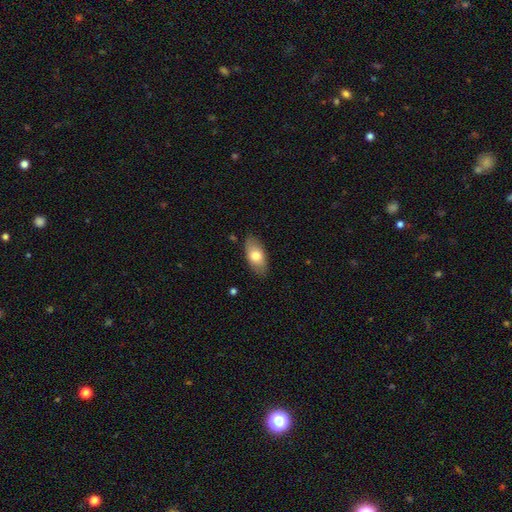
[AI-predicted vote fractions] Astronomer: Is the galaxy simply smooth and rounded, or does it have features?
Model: smooth — 72%.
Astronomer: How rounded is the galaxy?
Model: in between — 91%.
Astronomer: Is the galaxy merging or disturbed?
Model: none — 84%.